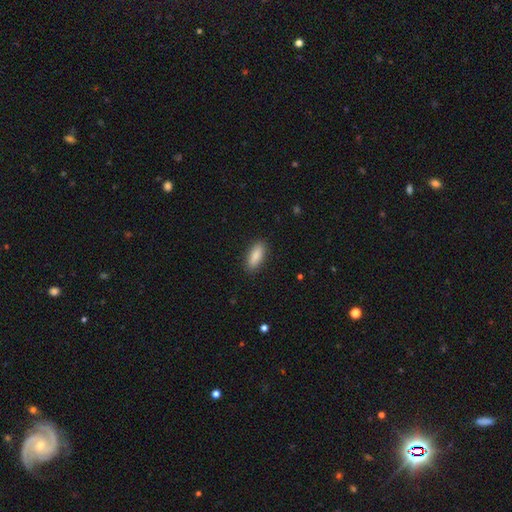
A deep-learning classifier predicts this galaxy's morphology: Smooth or featured: smooth — 88% (star or artifact — 6%)
How rounded: in between — 72% (cigar-shaped — 26%)
Merging: none — 89% (minor disturbance — 8%)